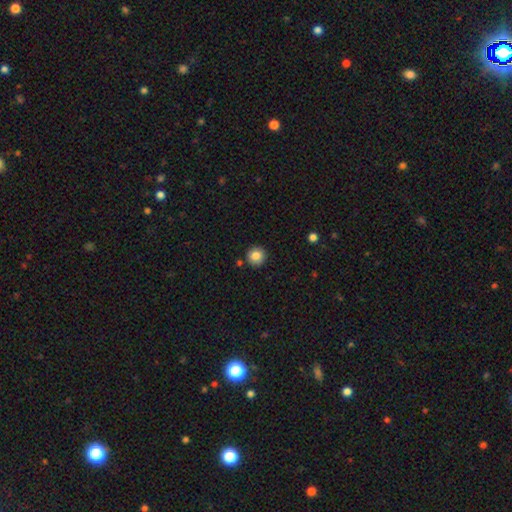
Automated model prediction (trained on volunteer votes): Q: Smooth or featured?
A: smooth (83%); runner-up: star or artifact (9%)
Q: How rounded?
A: round (95%); runner-up: in between (4%)
Q: Merging?
A: none (89%); runner-up: minor disturbance (6%)